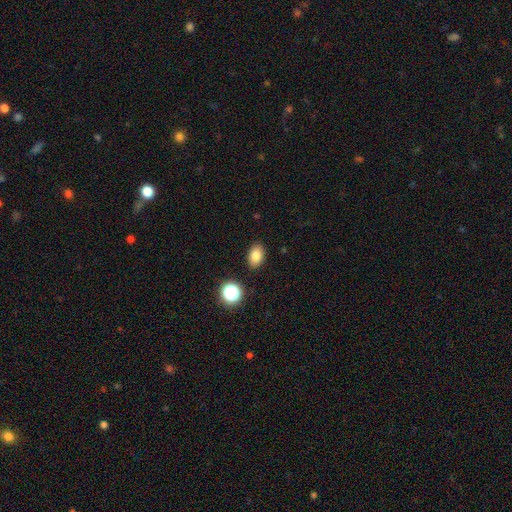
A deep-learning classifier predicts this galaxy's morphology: This appears to be a smooth galaxy with no disk features (81%) that is in between round and cigar-shaped (84%). Merging: none (88%).